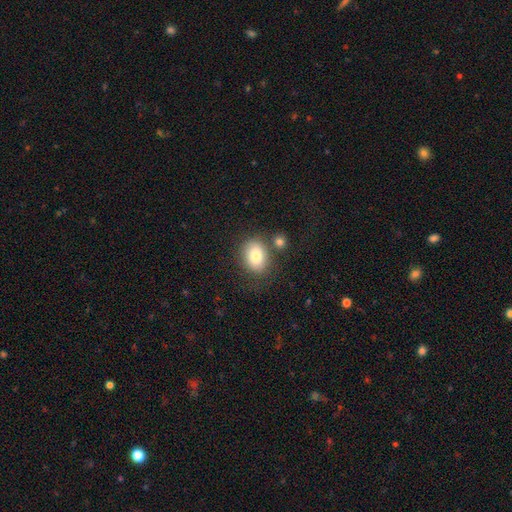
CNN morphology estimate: A smooth galaxy with no disk features (81%) that is in between round and cigar-shaped (65%). Merging: none (69%).